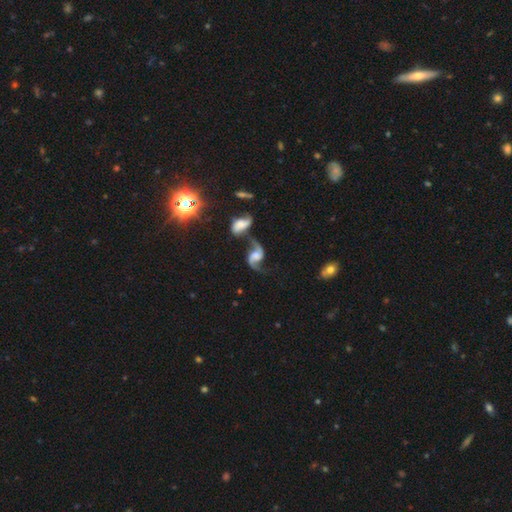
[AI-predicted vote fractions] A featured or disk galaxy (89%) with no bar (52%), 2 (94%) loose (72%) spiral arms (97%) and a moderate central bulge (30%). Merging: none (53%).